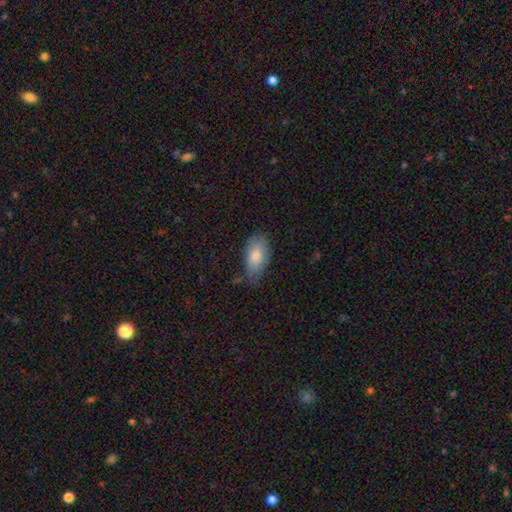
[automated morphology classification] smooth 81%, featured or disk 12%, star or artifact 6%. Down the decision tree: how rounded — in between (92%); merging — none (61%).